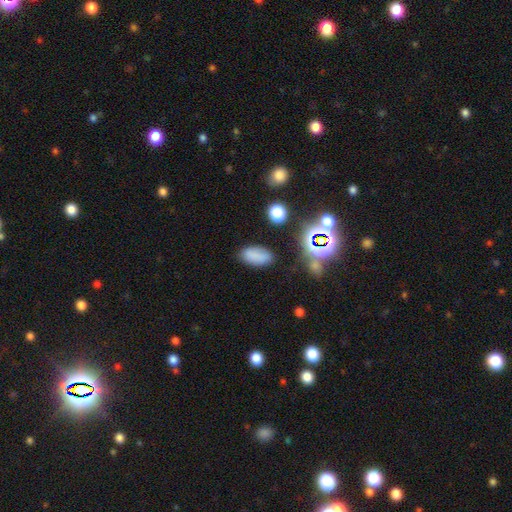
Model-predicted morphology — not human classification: smooth_or_featured: smooth (p=0.79) [alt: star or artifact p=0.15]
how_rounded: in between (p=0.91) [alt: round p=0.04]
merging: none (p=0.81) [alt: minor disturbance p=0.12]